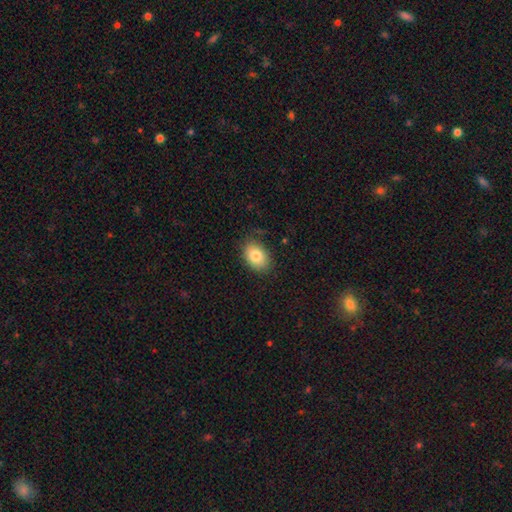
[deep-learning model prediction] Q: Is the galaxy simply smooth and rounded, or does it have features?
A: smooth — 83%.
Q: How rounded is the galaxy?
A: in between — 85%.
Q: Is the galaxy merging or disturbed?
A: none — 82%.